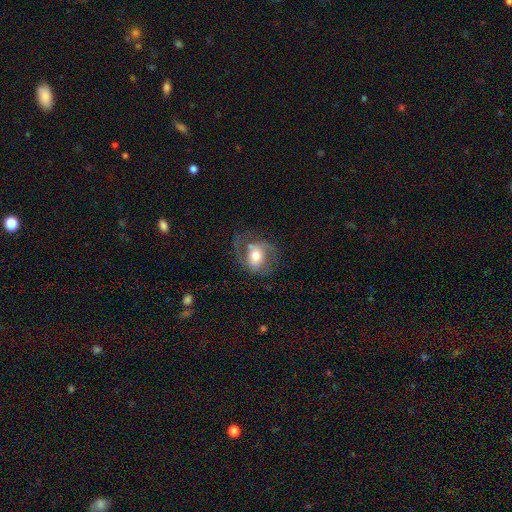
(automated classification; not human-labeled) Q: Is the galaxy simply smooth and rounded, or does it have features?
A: featured or disk — 57%.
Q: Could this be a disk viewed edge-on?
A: no — 95%.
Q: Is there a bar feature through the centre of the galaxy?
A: no — 50%.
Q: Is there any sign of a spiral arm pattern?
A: yes — 68%.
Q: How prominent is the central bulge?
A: moderate — 65%.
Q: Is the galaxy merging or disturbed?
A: none — 52%.